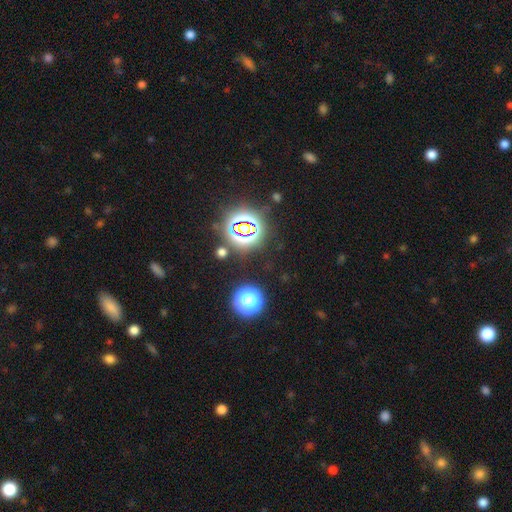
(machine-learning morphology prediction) Smooth or featured? Predicted: star or artifact (p=0.81).